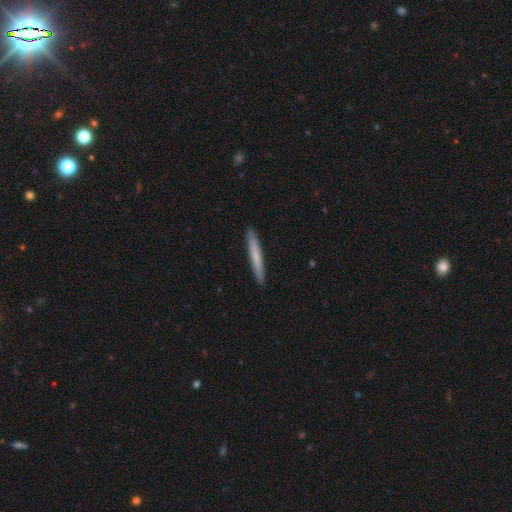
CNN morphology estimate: Smooth or featured?
  - smooth: 69% *
  - featured or disk: 26%
  - star or artifact: 5%
How rounded?
  - cigar-shaped: 97% *
  - in between: 2%
  - round: 1%
Merging?
  - none: 92% *
  - minor disturbance: 6%
  - major disturbance: 1%
  - merger: 1%